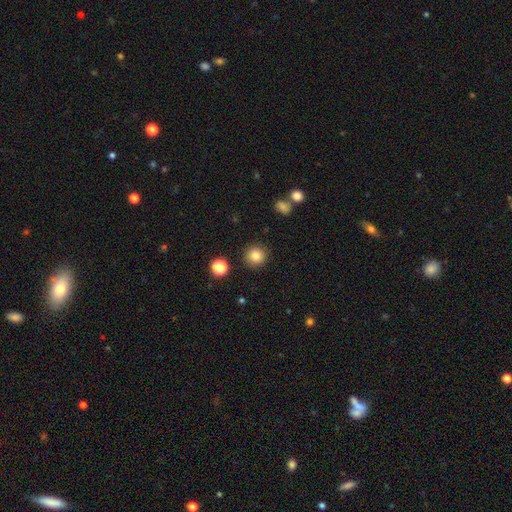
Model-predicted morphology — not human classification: A smooth galaxy with no disk features (83%) that is round (94%).

Vote fractions:
- Smooth or featured? smooth: 83% / star or artifact: 11% / featured or disk: 6%
- How rounded? round: 94% / in between: 5% / cigar-shaped: 1%
- Merging? none: 91% / minor disturbance: 5% / major disturbance: 2% / merger: 2%